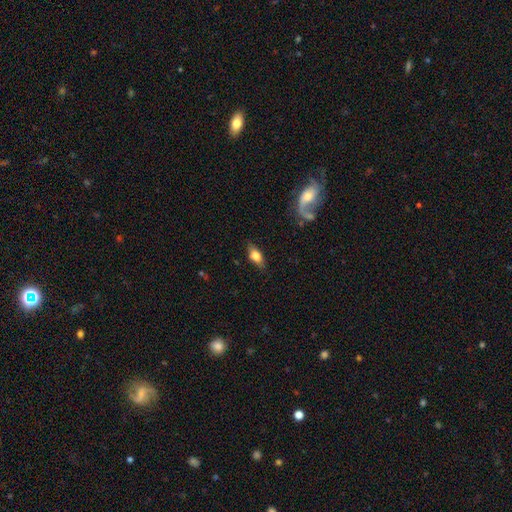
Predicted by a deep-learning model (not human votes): smooth_or_featured: smooth (p=0.65) [alt: featured or disk p=0.27]
how_rounded: in between (p=0.80) [alt: cigar-shaped p=0.13]
merging: none (p=0.79) [alt: minor disturbance p=0.15]